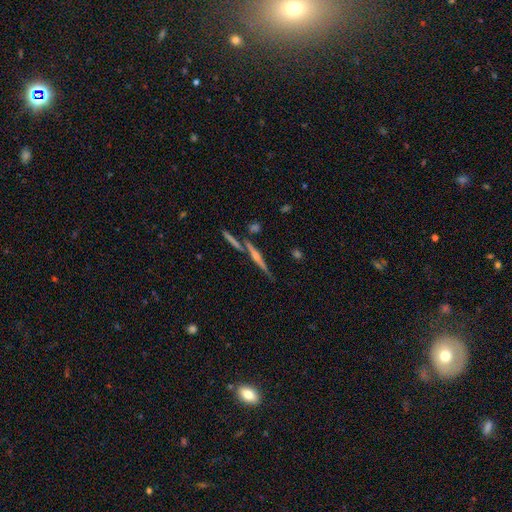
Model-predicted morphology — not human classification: smooth-or-featured: featured or disk: 80% | smooth: 12% | star or artifact: 9%
  disk-edge-on: yes: 98% | no: 2%
    edge-on-bulge: rounded: 81% | none: 11% | boxy: 9%
  merging: none: 81% | merger: 9% | minor disturbance: 8% | major disturbance: 2%